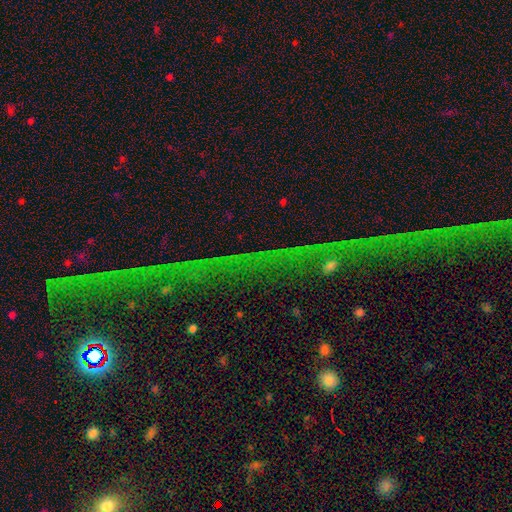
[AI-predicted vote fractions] This is likely a star or artifact rather than a galaxy (79%).